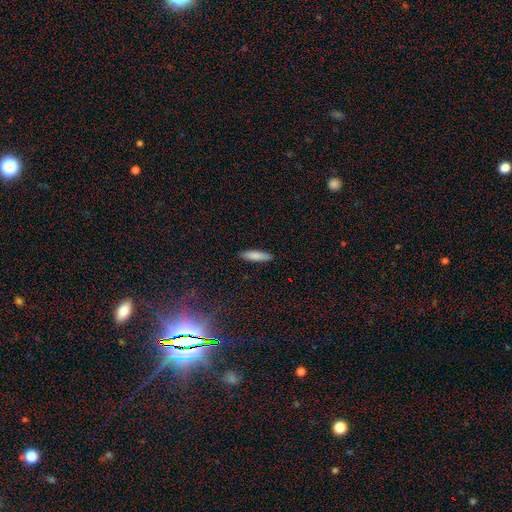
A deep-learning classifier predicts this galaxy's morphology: Smooth or featured?
  - smooth: 83% *
  - featured or disk: 11%
  - star or artifact: 6%
How rounded?
  - cigar-shaped: 76% *
  - in between: 23%
  - round: 1%
Merging?
  - none: 90% *
  - minor disturbance: 7%
  - major disturbance: 2%
  - merger: 1%